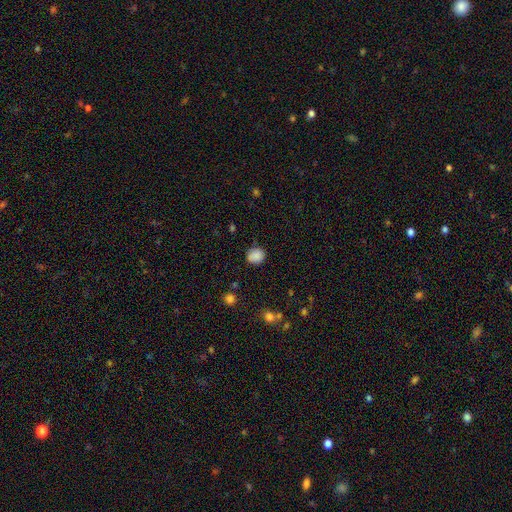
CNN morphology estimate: Smooth or featured?
  - smooth: 86% *
  - star or artifact: 10%
  - featured or disk: 4%
How rounded?
  - round: 72% *
  - in between: 27%
  - cigar-shaped: 1%
Merging?
  - none: 79% *
  - minor disturbance: 15%
  - major disturbance: 3%
  - merger: 2%